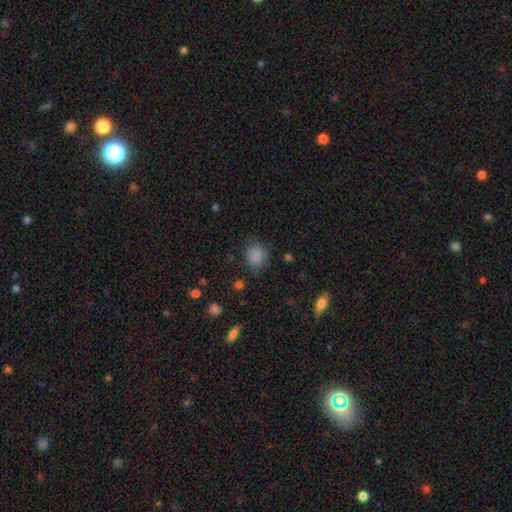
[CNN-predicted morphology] smooth-or-featured: smooth: 84% | star or artifact: 11% | featured or disk: 5%
  how-rounded: round: 74% | in between: 25% | cigar-shaped: 1%
  merging: none: 77% | minor disturbance: 16% | major disturbance: 5% | merger: 2%